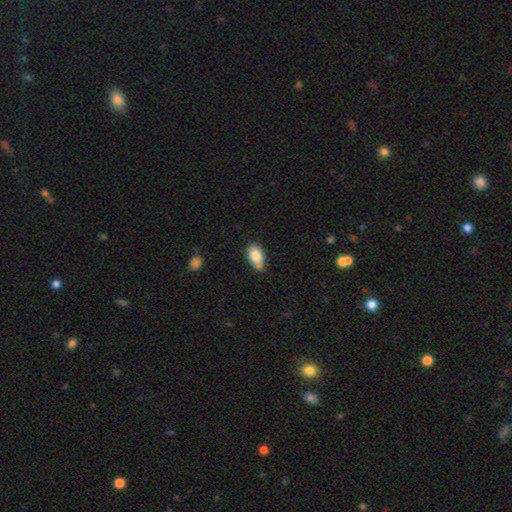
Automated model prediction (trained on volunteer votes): This is clearly a smooth galaxy (85%). How rounded: clearly in between (91%). Merging: possibly none (54%).